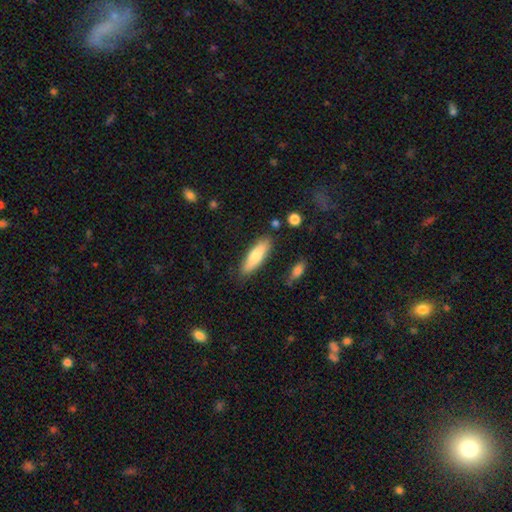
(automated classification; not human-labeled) A smooth galaxy with no disk features (73%) that is cigar-shaped (61%). Merging: none (84%).